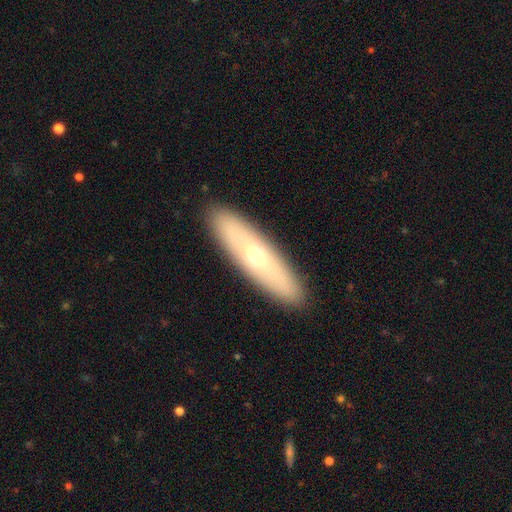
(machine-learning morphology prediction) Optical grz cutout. It shows a smooth galaxy with no disk features (51%) that is cigar-shaped (65%). Merging: none (91%).